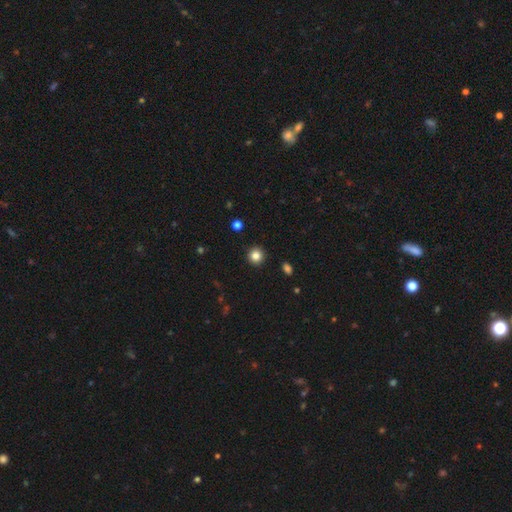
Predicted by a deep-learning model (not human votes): A smooth galaxy with no disk features (84%) that is round (94%).

Vote fractions:
- Smooth or featured? smooth: 84% / star or artifact: 11% / featured or disk: 5%
- How rounded? round: 94% / in between: 5% / cigar-shaped: 1%
- Merging? none: 93% / minor disturbance: 5% / major disturbance: 2% / merger: 1%